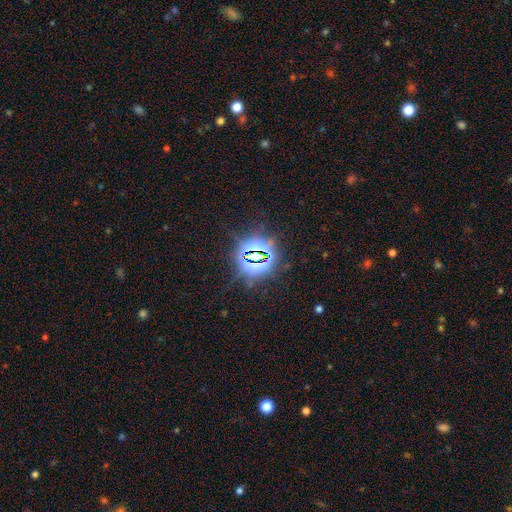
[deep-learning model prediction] star or artifact 83%, smooth 9%, featured or disk 7%.